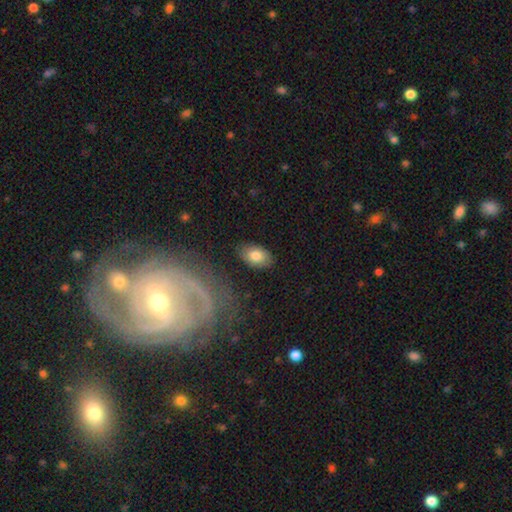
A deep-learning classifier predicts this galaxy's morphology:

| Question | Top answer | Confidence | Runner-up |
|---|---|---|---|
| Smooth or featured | smooth | 80% | featured or disk (13%) |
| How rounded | in between | 91% | round (8%) |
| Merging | none | 83% | minor disturbance (12%) |